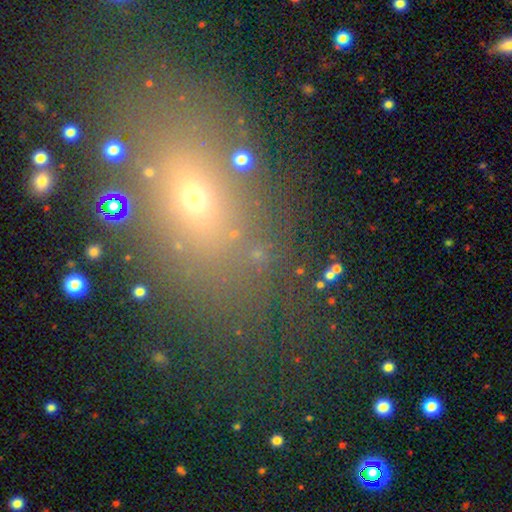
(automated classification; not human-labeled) A smooth galaxy with no disk features (56%) that is in between round and cigar-shaped (73%).

Vote fractions:
- Smooth or featured? smooth: 56% / star or artifact: 27% / featured or disk: 17%
- How rounded? in between: 73% / round: 22% / cigar-shaped: 5%
- Merging? none: 75% / minor disturbance: 13% / major disturbance: 8% / merger: 4%